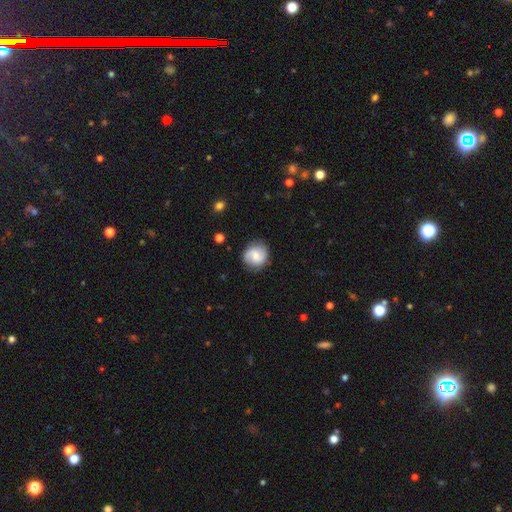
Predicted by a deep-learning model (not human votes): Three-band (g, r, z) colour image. It shows a featured or disk galaxy (50%). Merging: none (81%).